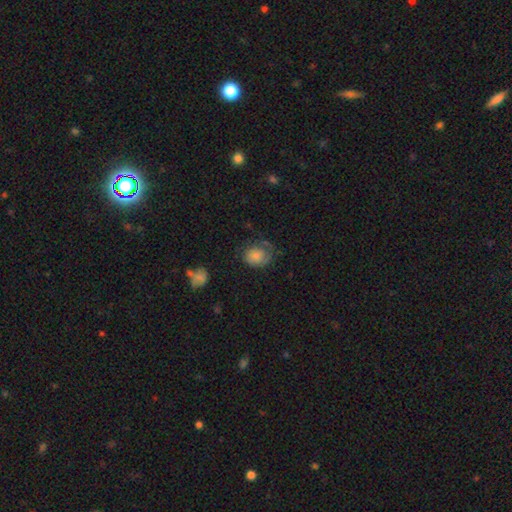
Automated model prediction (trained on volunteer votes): Smooth or featured?
  - smooth: 64% *
  - featured or disk: 26%
  - star or artifact: 9%
How rounded?
  - round: 59% *
  - in between: 40%
  - cigar-shaped: 1%
Merging?
  - none: 49% *
  - minor disturbance: 27%
  - major disturbance: 22%
  - merger: 2%